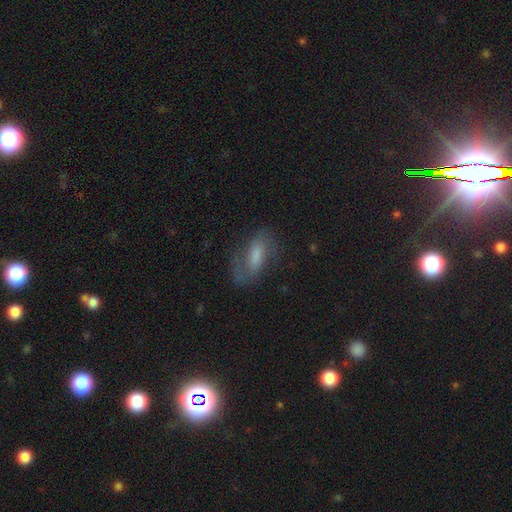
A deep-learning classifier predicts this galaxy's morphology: A featured or disk galaxy (47%).

Vote fractions:
- Smooth or featured? featured or disk: 47% / smooth: 43% / star or artifact: 10%
- Merging? none: 63% / minor disturbance: 21% / major disturbance: 14% / merger: 2%